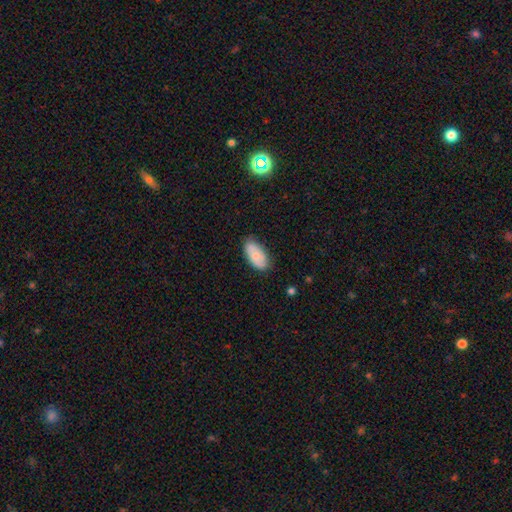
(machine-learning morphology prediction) The model was most divided on "smooth or featured": smooth: 68%, featured or disk: 26%, star or artifact: 6%. More confident: how rounded — in between (93%); merging — none (76%).